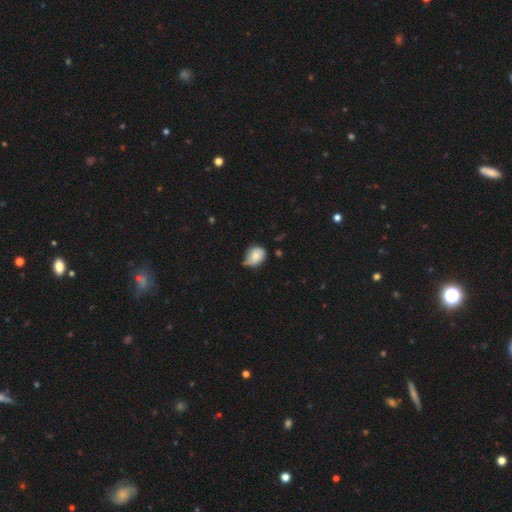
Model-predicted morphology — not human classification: Smooth or featured?
  - smooth: 70% *
  - featured or disk: 22%
  - star or artifact: 8%
How rounded?
  - in between: 56% *
  - round: 43%
  - cigar-shaped: 1%
Merging?
  - minor disturbance: 48% *
  - none: 36%
  - major disturbance: 12%
  - merger: 4%